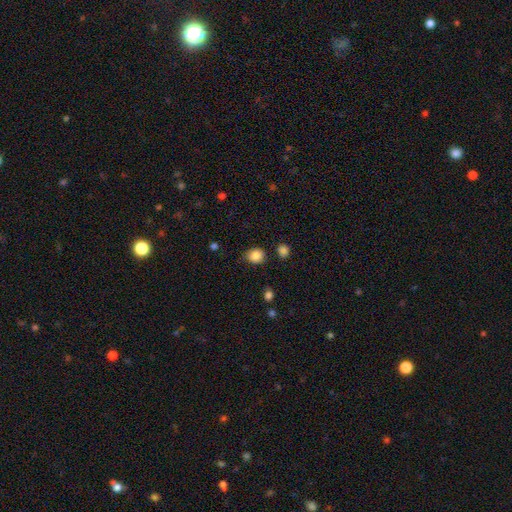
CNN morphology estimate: Smooth or featured: smooth — 87% (star or artifact — 10%)
How rounded: round — 75% (in between — 24%)
Merging: none — 78% (minor disturbance — 16%)